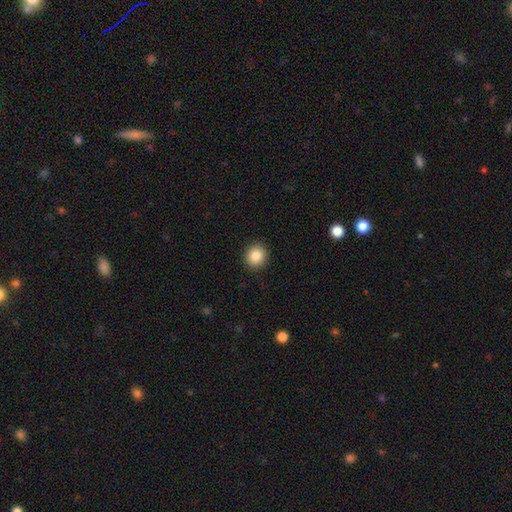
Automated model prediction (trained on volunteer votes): smooth_or_featured: smooth (p=0.85) [alt: star or artifact p=0.09]
how_rounded: round (p=0.86) [alt: in between p=0.13]
merging: none (p=0.91) [alt: minor disturbance p=0.06]